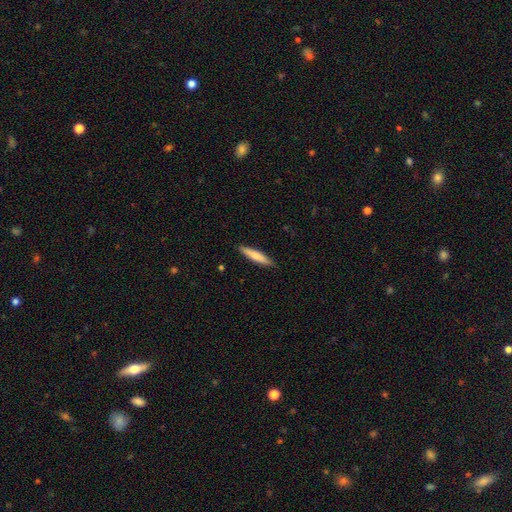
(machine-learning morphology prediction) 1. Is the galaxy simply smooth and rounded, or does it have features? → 71% smooth, 23% featured or disk, 5% star or artifact.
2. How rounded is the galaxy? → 88% cigar-shaped, 11% in between, 1% round.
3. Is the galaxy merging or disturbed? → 90% none, 8% minor disturbance, 2% major disturbance, 1% merger.